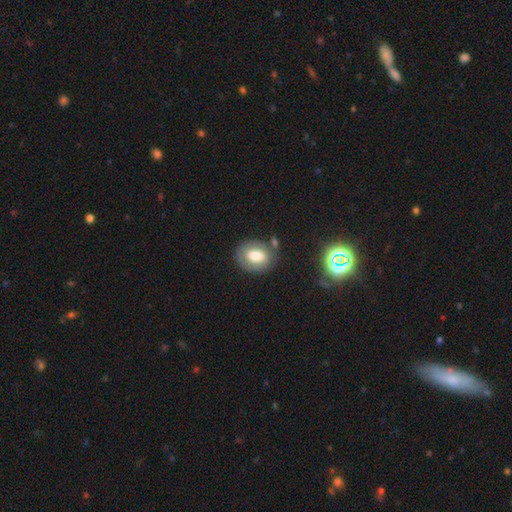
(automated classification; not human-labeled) smooth-or-featured: smooth: 66% | featured or disk: 25% | star or artifact: 8%
  how-rounded: in between: 58% | round: 40% | cigar-shaped: 1%
  merging: none: 69% | minor disturbance: 17% | merger: 7% | major disturbance: 7%